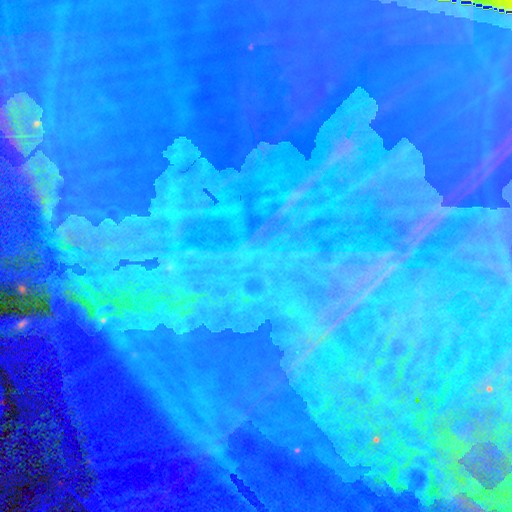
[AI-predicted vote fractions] A star or artifact, not a galaxy (85%).

Vote fractions:
- Smooth or featured? star or artifact: 85% / featured or disk: 9% / smooth: 7%